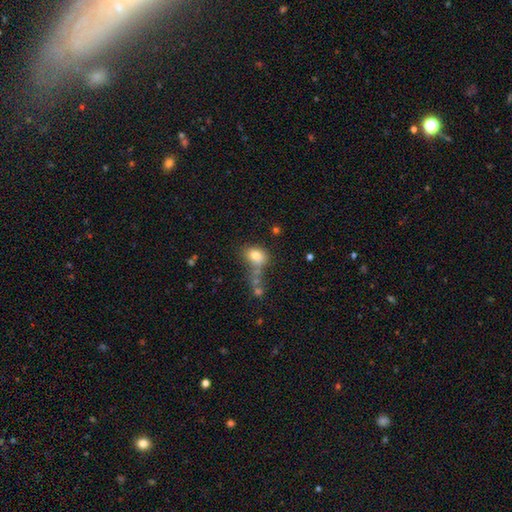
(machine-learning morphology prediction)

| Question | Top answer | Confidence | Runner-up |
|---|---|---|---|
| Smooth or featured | smooth | 78% | star or artifact (12%) |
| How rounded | in between | 59% | round (39%) |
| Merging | none | 42% | merger (28%) |